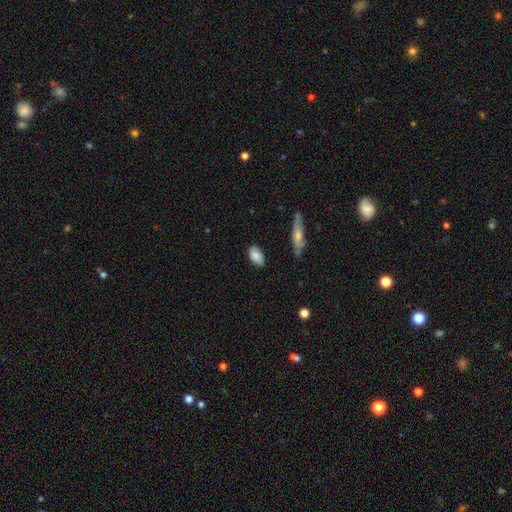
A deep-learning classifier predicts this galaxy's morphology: Smooth or featured? Predicted: smooth (p=0.84). How rounded? Predicted: in between (p=0.92). Merging? Predicted: none (p=0.81).